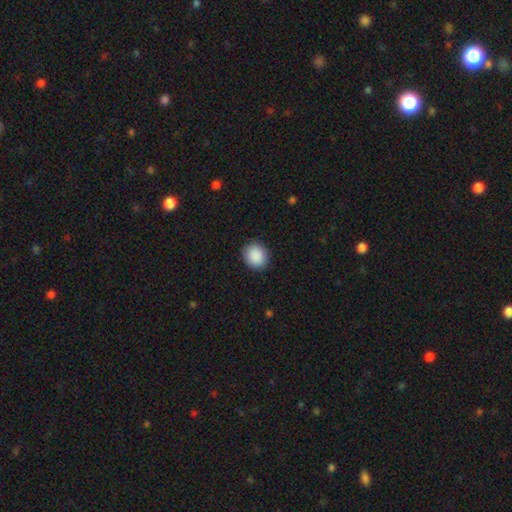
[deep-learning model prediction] The model was most divided on "how rounded": round: 75%, in between: 24%, cigar-shaped: 1%. More confident: smooth or featured — smooth (90%); merging — none (90%).